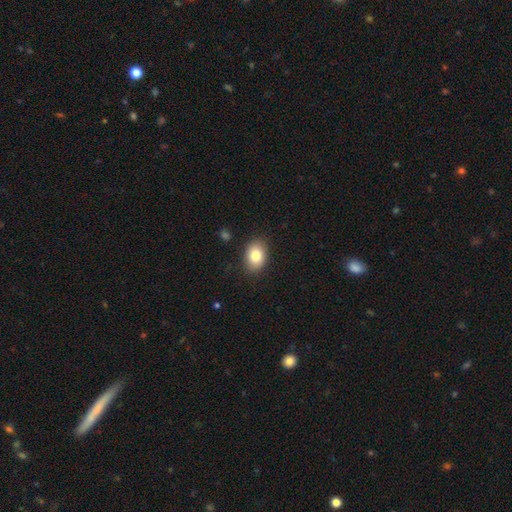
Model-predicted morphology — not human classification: A smooth galaxy with no disk features (82%) that is in between round and cigar-shaped (77%).

Vote fractions:
- Smooth or featured? smooth: 82% / featured or disk: 10% / star or artifact: 8%
- How rounded? in between: 77% / round: 22% / cigar-shaped: 1%
- Merging? none: 86% / minor disturbance: 10% / major disturbance: 2% / merger: 1%